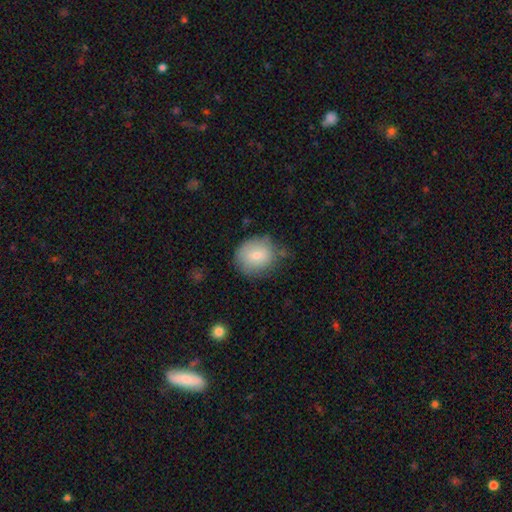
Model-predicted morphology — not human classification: Smooth or featured?
  - smooth: 79% *
  - featured or disk: 14%
  - star or artifact: 8%
How rounded?
  - round: 76% *
  - in between: 23%
  - cigar-shaped: 1%
Merging?
  - none: 65% *
  - minor disturbance: 25%
  - major disturbance: 7%
  - merger: 3%